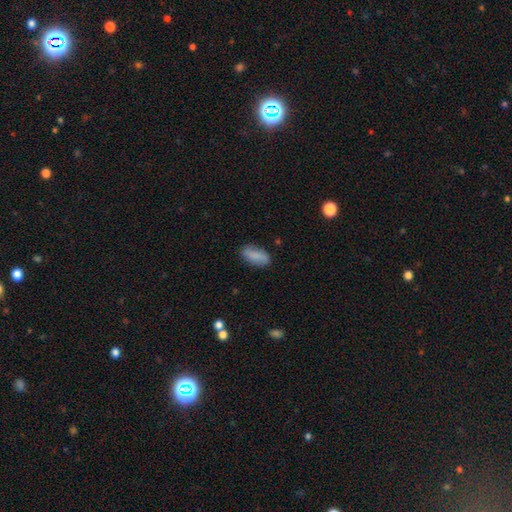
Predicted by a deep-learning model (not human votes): Smooth or featured?
  - smooth: 84% *
  - featured or disk: 9%
  - star or artifact: 7%
How rounded?
  - in between: 85% *
  - cigar-shaped: 13%
  - round: 3%
Merging?
  - none: 79% *
  - minor disturbance: 16%
  - major disturbance: 4%
  - merger: 2%